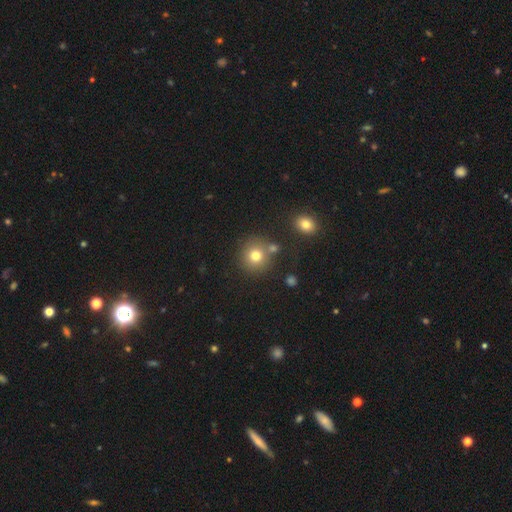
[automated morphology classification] smooth 76%, star or artifact 14%, featured or disk 10%. Down the decision tree: how rounded — round (91%); merging — none (76%).